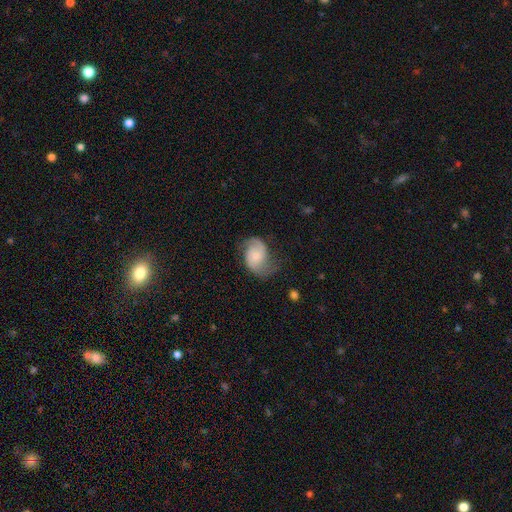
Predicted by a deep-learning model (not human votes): Smooth or featured?
  - featured or disk: 69% *
  - smooth: 24%
  - star or artifact: 7%
Edge-on disk?
  - no: 98% *
  - yes: 2%
Bar?
  - no: 69% *
  - weak: 26%
  - strong: 5%
Spiral arms?
  - yes: 93% *
  - no: 7%
Spiral winding?
  - medium: 42% *
  - loose: 41%
  - tight: 17%
Spiral arm count?
  - 2: 87% *
  - can't tell: 5%
  - 1: 4%
  - 3: 1%
  - 4: 1%
  - more than 4: 1%
Bulge size?
  - small: 56% *
  - moderate: 30%
  - none: 8%
  - large: 4%
  - dominant: 2%
Merging?
  - none: 57% *
  - minor disturbance: 26%
  - major disturbance: 15%
  - merger: 2%